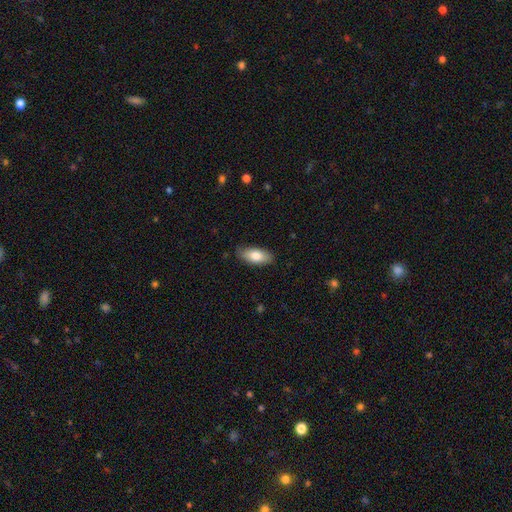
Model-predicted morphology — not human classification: smooth_or_featured: smooth (p=0.80) [alt: featured or disk p=0.14]
how_rounded: in between (p=0.85) [alt: cigar-shaped p=0.12]
merging: none (p=0.84) [alt: minor disturbance p=0.13]